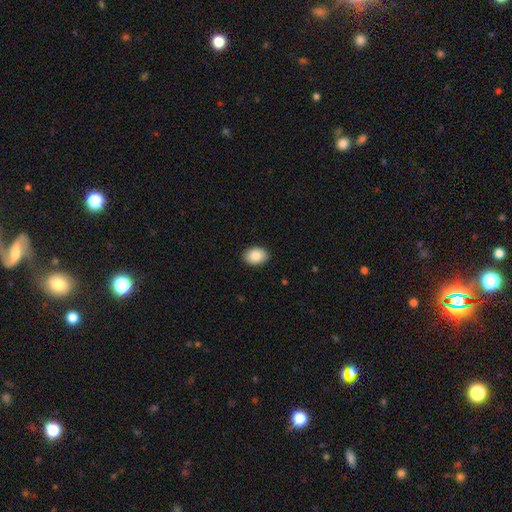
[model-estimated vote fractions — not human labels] Overall: smooth (87%). How rounded: in between (76%). Merging: none (90%).